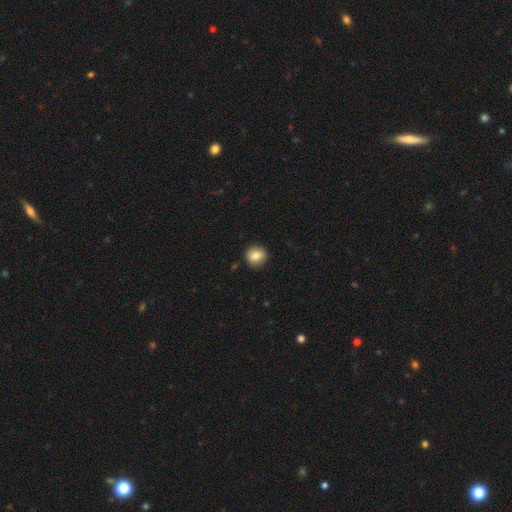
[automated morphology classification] Overall: smooth (79%). How rounded: round (87%). Merging: none (89%).